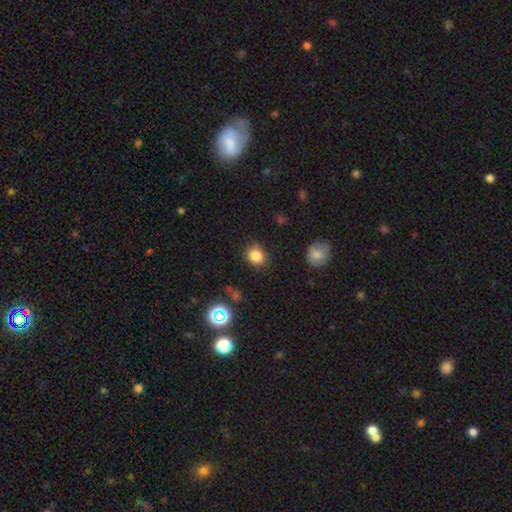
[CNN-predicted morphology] The model was most divided on "how rounded": round: 64%, in between: 35%, cigar-shaped: 1%. More confident: smooth or featured — smooth (83%); merging — none (81%).